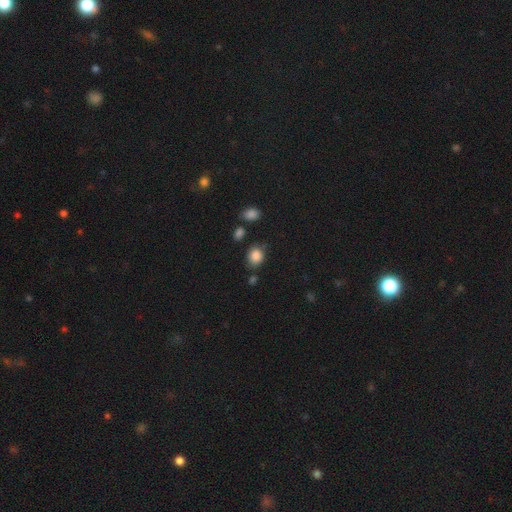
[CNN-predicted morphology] A smooth galaxy with no disk features (85%) that is round (58%).

Vote fractions:
- Smooth or featured? smooth: 85% / star or artifact: 9% / featured or disk: 6%
- How rounded? round: 58% / in between: 41% / cigar-shaped: 1%
- Merging? none: 72% / minor disturbance: 18% / merger: 6% / major disturbance: 4%